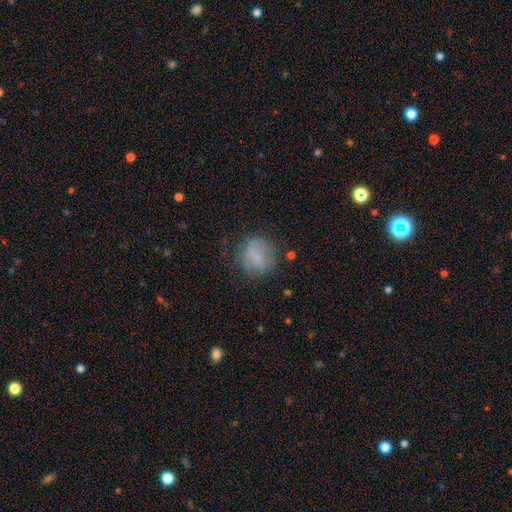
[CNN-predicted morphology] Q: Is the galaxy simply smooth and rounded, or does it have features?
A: smooth — 74%.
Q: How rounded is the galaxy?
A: round — 75%.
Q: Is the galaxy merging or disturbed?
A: none — 71%.